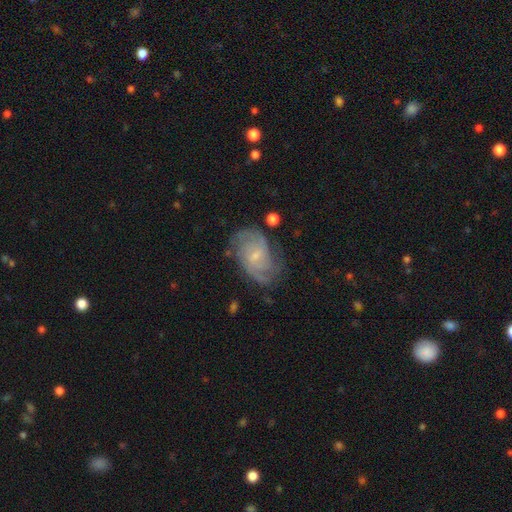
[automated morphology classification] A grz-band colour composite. It shows a featured or disk galaxy (80%) with a weak bar (47%), 2 (35%) medium (43%) spiral arms (94%) and a small central bulge (71%). Merging: none (68%).